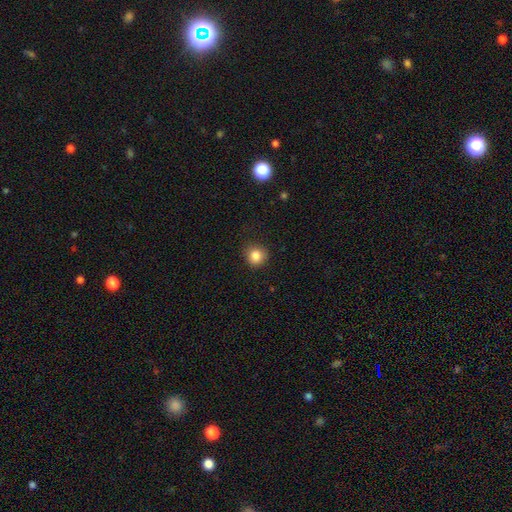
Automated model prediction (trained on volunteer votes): A smooth galaxy with no disk features (84%) that is round (90%). Merging: none (87%).